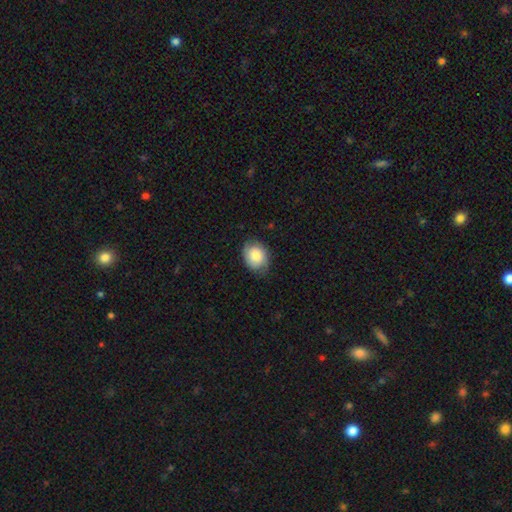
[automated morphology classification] Smooth or featured? Predicted: smooth (p=0.79). How rounded? Predicted: in between (p=0.51). Merging? Predicted: none (p=0.71).